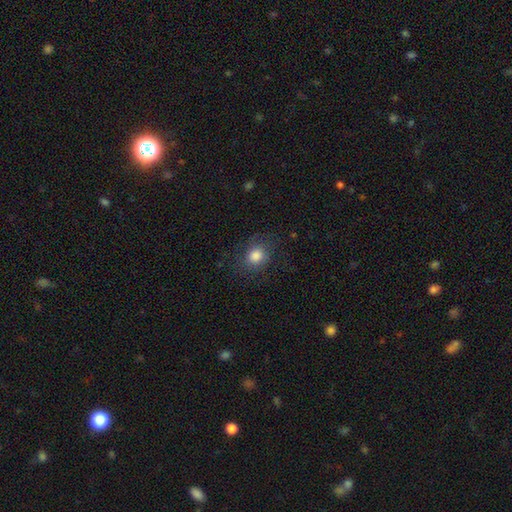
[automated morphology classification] Overall: smooth (82%). How rounded: round (71%). Merging: none (78%).